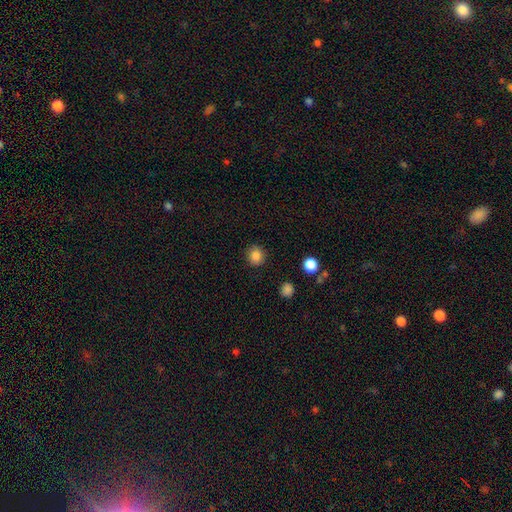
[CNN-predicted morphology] This is clearly a smooth galaxy (85%). How rounded: clearly round (87%). Merging: clearly none (89%).